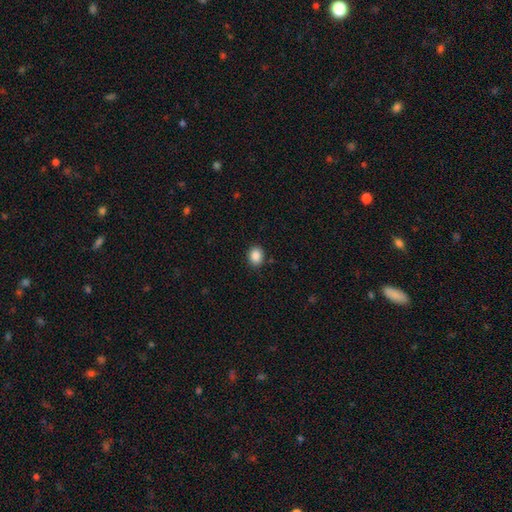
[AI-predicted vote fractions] Morphology: type=smooth (89%); roundness=round (52%); merging=none (87%).